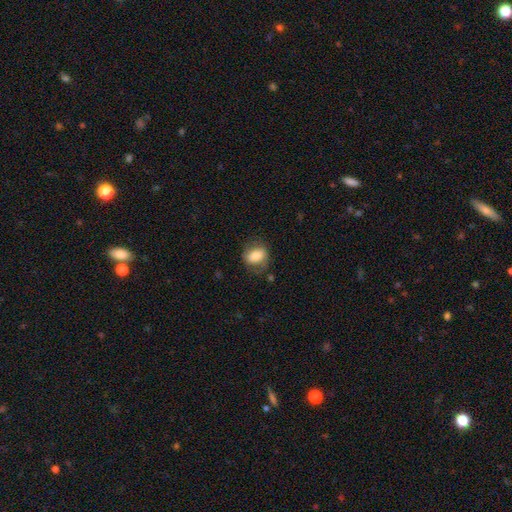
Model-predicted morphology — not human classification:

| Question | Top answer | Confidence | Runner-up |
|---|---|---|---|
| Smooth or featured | smooth | 71% | featured or disk (21%) |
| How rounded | in between | 65% | round (33%) |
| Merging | none | 64% | minor disturbance (22%) |